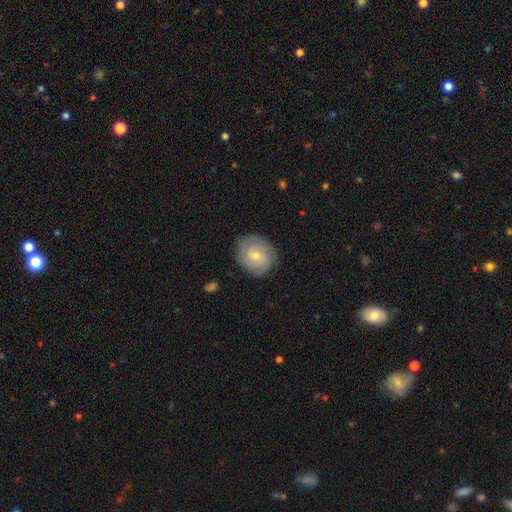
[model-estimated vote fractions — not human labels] The model was most divided on "spiral arm count": 2: 39%, can't tell: 32%, 3: 17%, 4: 5%, 1: 5%, more than 4: 3%. More confident: edge-on disk — no (97%); spiral arms — yes (88%); merging — none (81%); spiral winding — tight (67%); bar — no (63%); smooth or featured — featured or disk (62%); bulge size — small (56%).